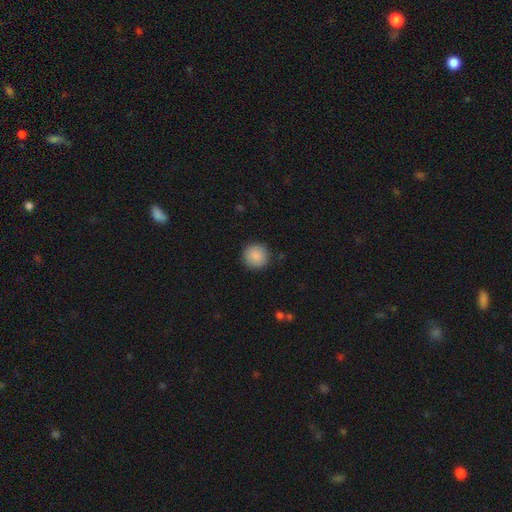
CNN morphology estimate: smooth 88%, star or artifact 7%, featured or disk 4%. Down the decision tree: how rounded — round (94%); merging — none (89%).